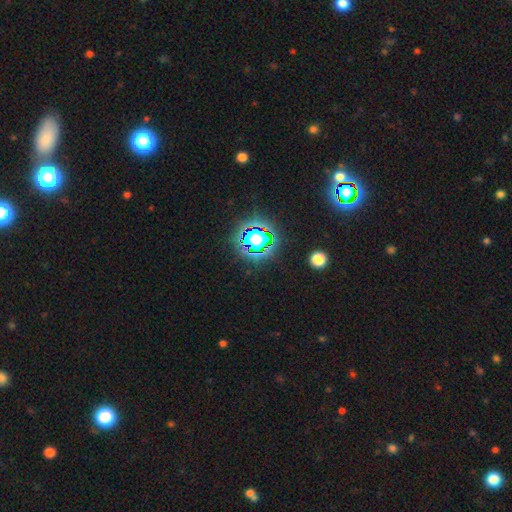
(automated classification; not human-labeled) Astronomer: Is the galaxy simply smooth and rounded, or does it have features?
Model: star or artifact — 81%.